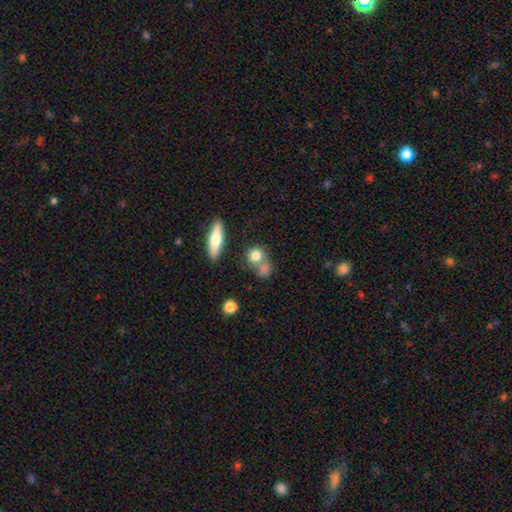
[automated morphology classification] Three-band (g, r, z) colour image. It shows a smooth galaxy with no disk features (78%) that is round (71%). Merging: none (46%).